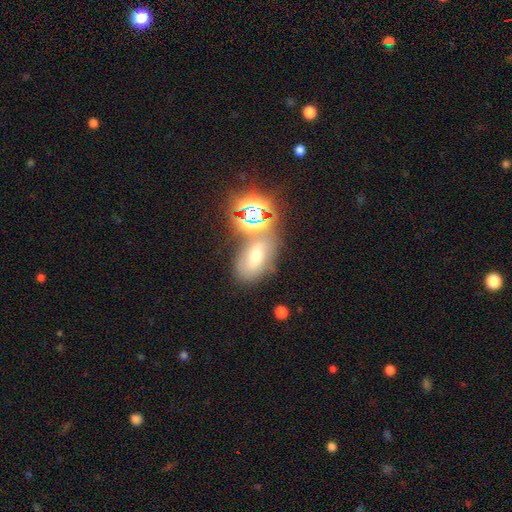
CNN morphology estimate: Smooth or featured? Predicted: smooth (p=0.42). Merging? Predicted: none (p=0.57).